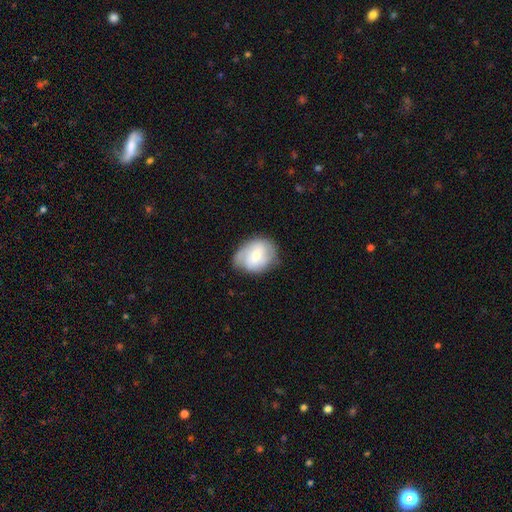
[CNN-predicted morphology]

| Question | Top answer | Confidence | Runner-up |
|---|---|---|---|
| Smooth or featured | smooth | 49% | featured or disk (45%) |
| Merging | none | 65% | minor disturbance (26%) |